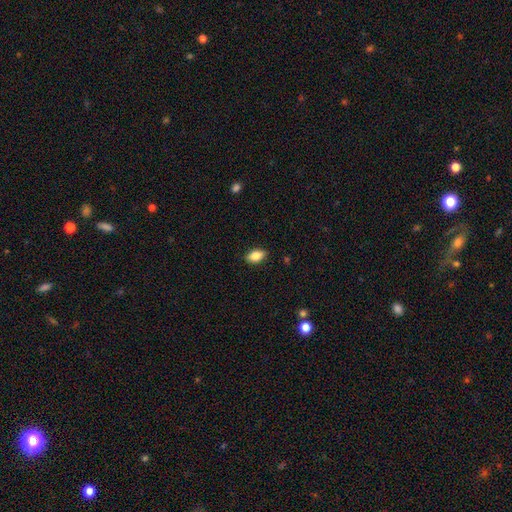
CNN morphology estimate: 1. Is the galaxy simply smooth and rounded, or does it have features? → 82% smooth, 10% featured or disk, 8% star or artifact.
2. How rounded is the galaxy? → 89% in between, 7% round, 4% cigar-shaped.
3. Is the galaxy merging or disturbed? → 87% none, 10% minor disturbance, 2% major disturbance, 1% merger.